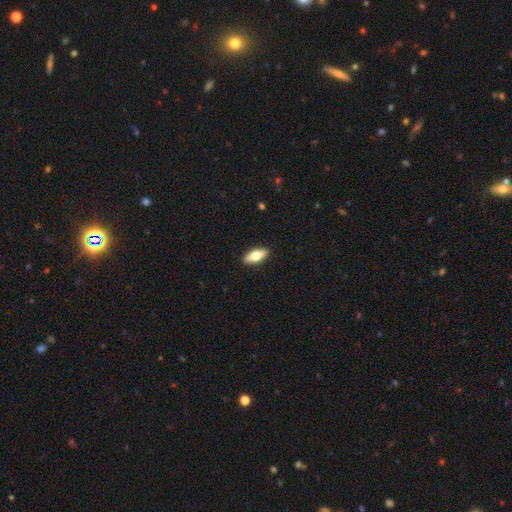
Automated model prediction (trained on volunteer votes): This is likely a smooth galaxy (65%). How rounded: likely in between (73%). Merging: clearly none (91%).